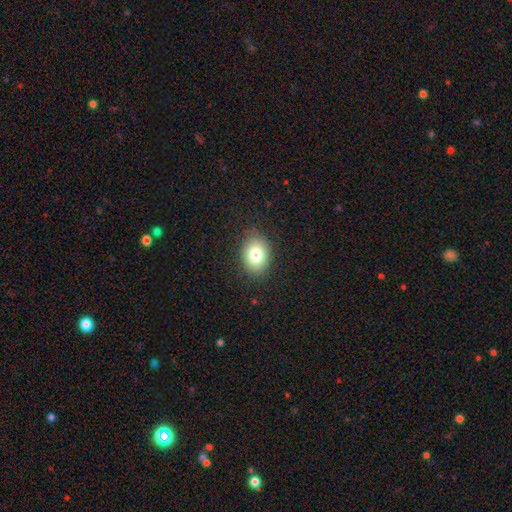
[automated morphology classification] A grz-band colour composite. It shows a smooth galaxy with no disk features (80%) that is in between round and cigar-shaped (65%). Merging: none (91%).